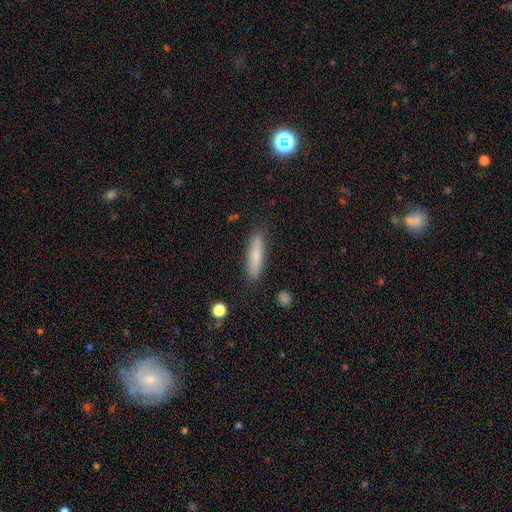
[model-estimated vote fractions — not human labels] Smooth or featured? Predicted: smooth (p=0.78). How rounded? Predicted: cigar-shaped (p=0.79). Merging? Predicted: none (p=0.86).